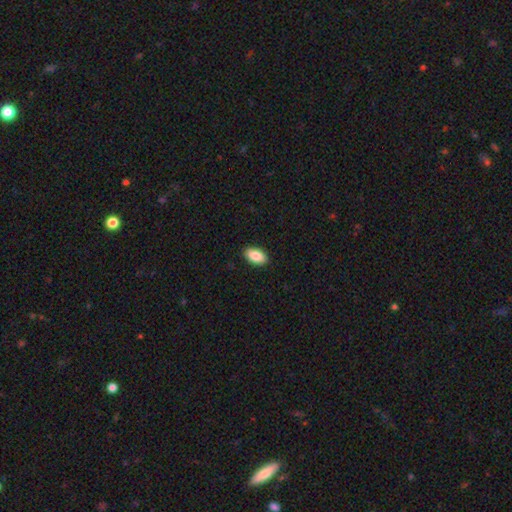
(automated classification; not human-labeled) Overall: smooth (87%). How rounded: in between (94%). Merging: none (91%).